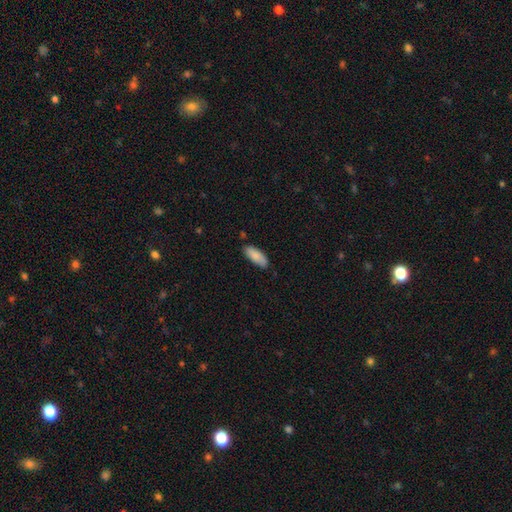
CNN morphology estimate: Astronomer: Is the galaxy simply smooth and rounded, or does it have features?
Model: smooth — 86%.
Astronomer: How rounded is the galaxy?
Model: in between — 78%.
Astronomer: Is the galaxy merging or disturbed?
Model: none — 79%.